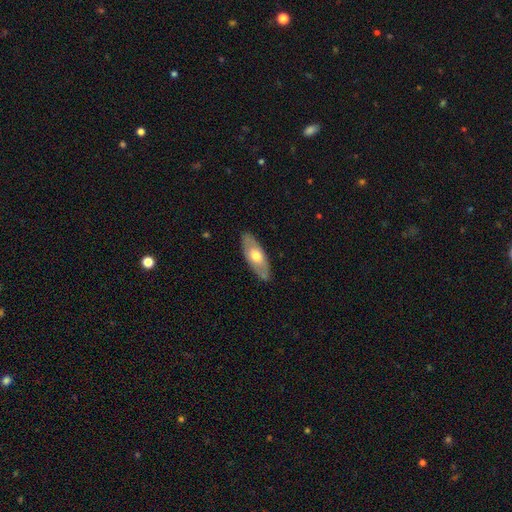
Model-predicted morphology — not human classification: smooth-or-featured: smooth: 54% | featured or disk: 41% | star or artifact: 5%
  how-rounded: in between: 77% | cigar-shaped: 21% | round: 2%
  merging: none: 81% | minor disturbance: 14% | major disturbance: 3% | merger: 2%